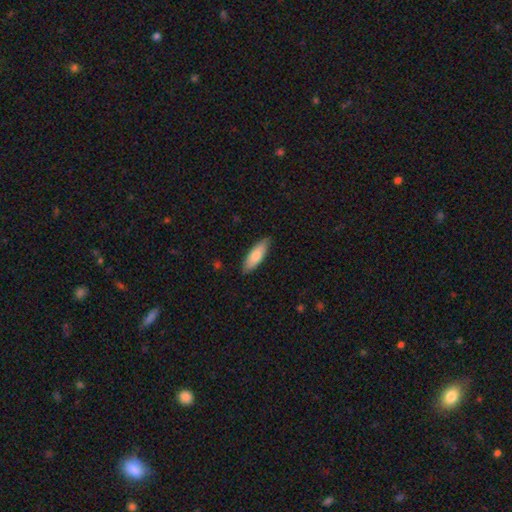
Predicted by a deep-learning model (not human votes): This is likely a smooth galaxy (77%). How rounded: possibly in between (60%). Merging: clearly none (84%).